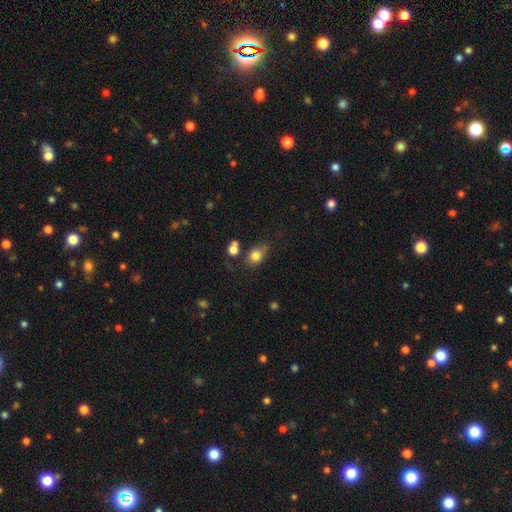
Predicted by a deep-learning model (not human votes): Smooth or featured? smooth (80%)
How rounded? in between (52%)
Merging? none (61%)